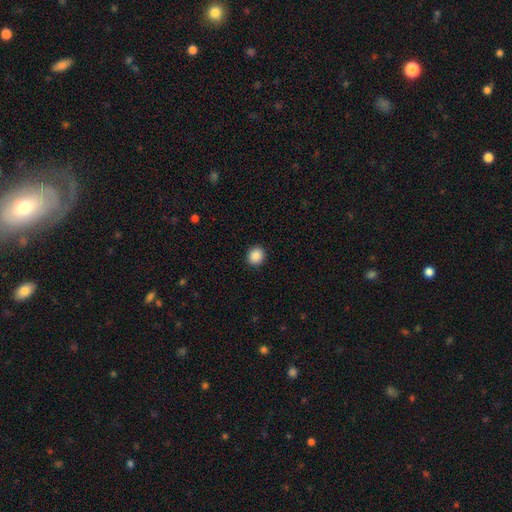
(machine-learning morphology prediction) Smooth or featured? Predicted: smooth (p=0.89). How rounded? Predicted: round (p=0.82). Merging? Predicted: none (p=0.92).